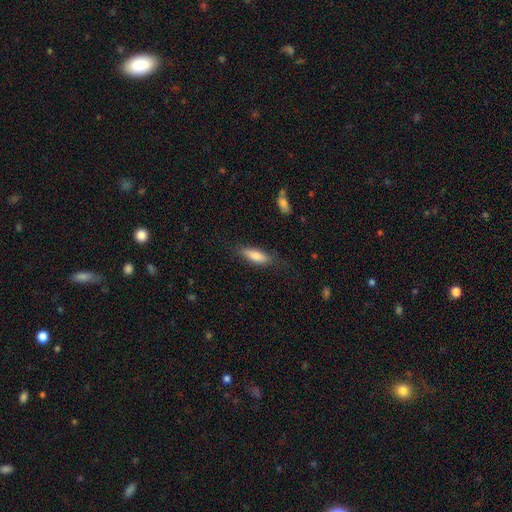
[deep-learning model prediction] Smooth or featured?
  - smooth: 78% *
  - featured or disk: 16%
  - star or artifact: 6%
How rounded?
  - in between: 55% *
  - cigar-shaped: 43%
  - round: 2%
Merging?
  - none: 74% *
  - minor disturbance: 19%
  - major disturbance: 6%
  - merger: 2%